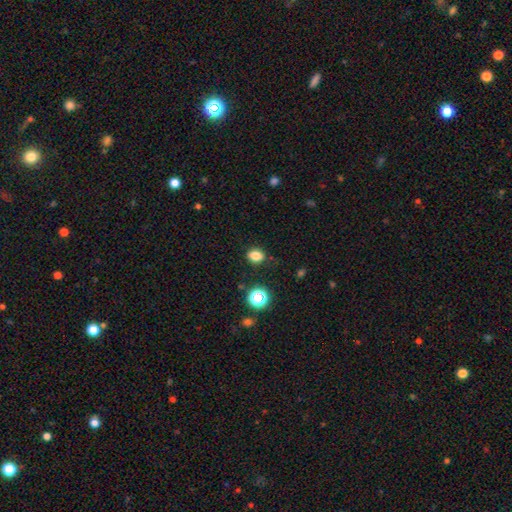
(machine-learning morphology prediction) smooth_or_featured: smooth (p=0.80) [alt: star or artifact p=0.14]
how_rounded: in between (p=0.58) [alt: round p=0.41]
merging: none (p=0.83) [alt: minor disturbance p=0.11]